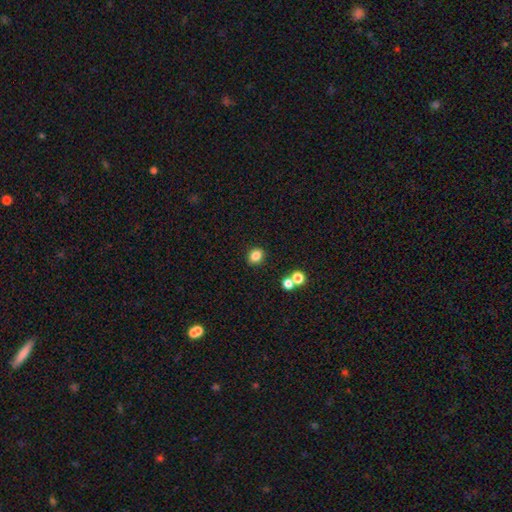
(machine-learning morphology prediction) A smooth galaxy with no disk features (82%) that is round (54%). Merging: none (86%).